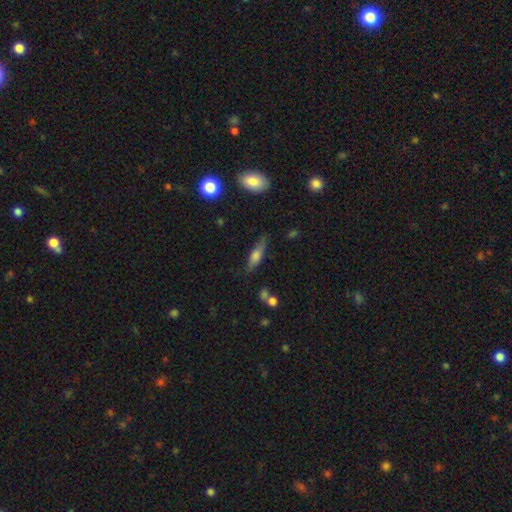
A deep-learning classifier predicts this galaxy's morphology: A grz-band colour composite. It shows a smooth galaxy with no disk features (60%) that is cigar-shaped (51%). Merging: none (70%).